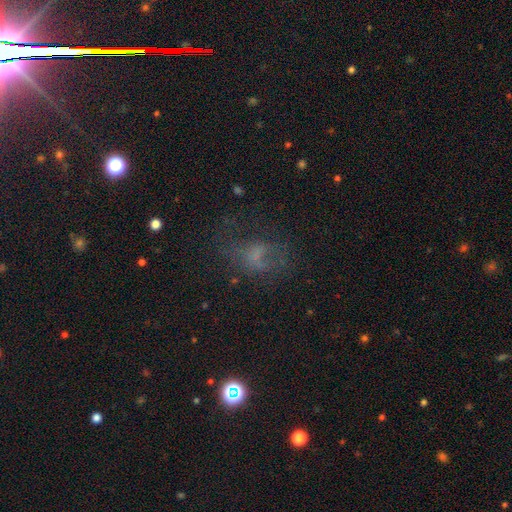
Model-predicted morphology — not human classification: Smooth or featured: smooth — 42% (featured or disk — 33%)
Merging: none — 45% (major disturbance — 32%)